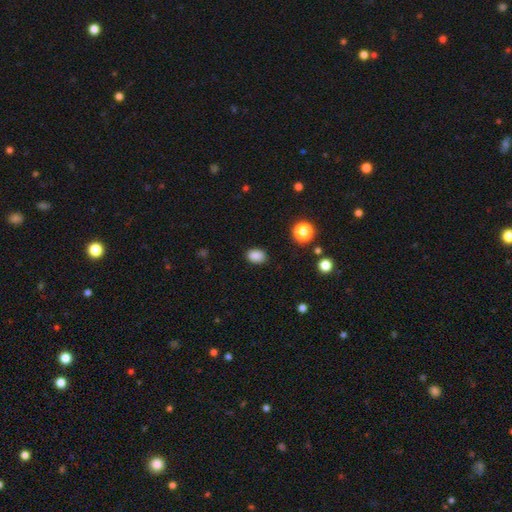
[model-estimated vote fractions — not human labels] Smooth or featured: smooth — 87% (star or artifact — 10%)
How rounded: in between — 74% (round — 25%)
Merging: none — 87% (minor disturbance — 9%)